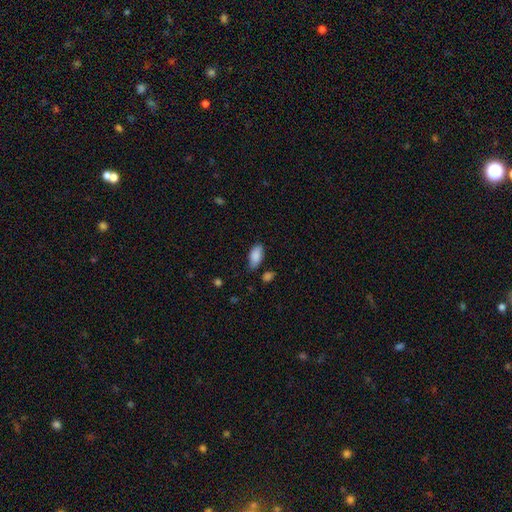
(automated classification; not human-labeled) A smooth galaxy with no disk features (88%) that is in between round and cigar-shaped (93%). Merging: none (73%).